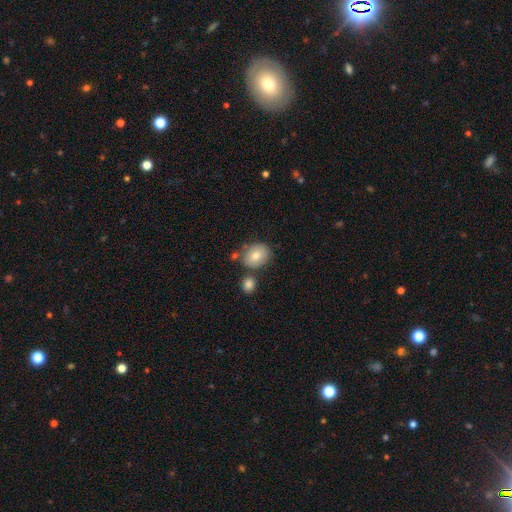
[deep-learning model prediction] Q: Smooth or featured?
A: smooth (76%); runner-up: featured or disk (14%)
Q: How rounded?
A: round (50%); runner-up: in between (49%)
Q: Merging?
A: none (70%); runner-up: merger (13%)